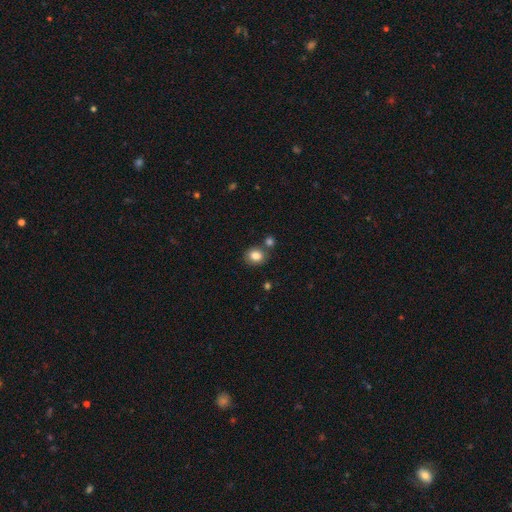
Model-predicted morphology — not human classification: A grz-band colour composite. It shows a smooth galaxy with no disk features (83%) that is round (60%). Merging: none (73%).